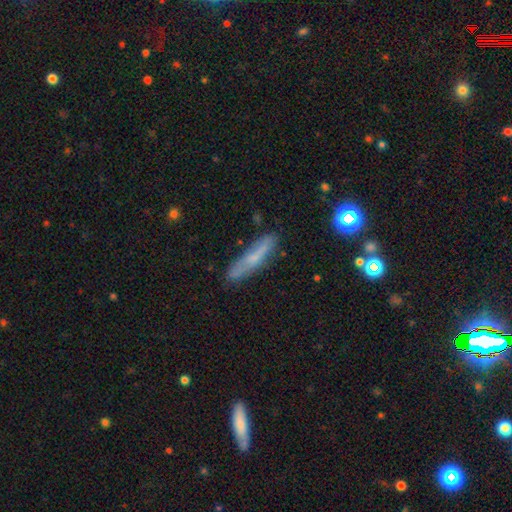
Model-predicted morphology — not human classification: A smooth galaxy with no disk features (58%) that is cigar-shaped (85%).

Vote fractions:
- Smooth or featured? smooth: 58% / featured or disk: 33% / star or artifact: 9%
- How rounded? cigar-shaped: 85% / in between: 13% / round: 2%
- Merging? none: 75% / minor disturbance: 18% / major disturbance: 4% / merger: 3%